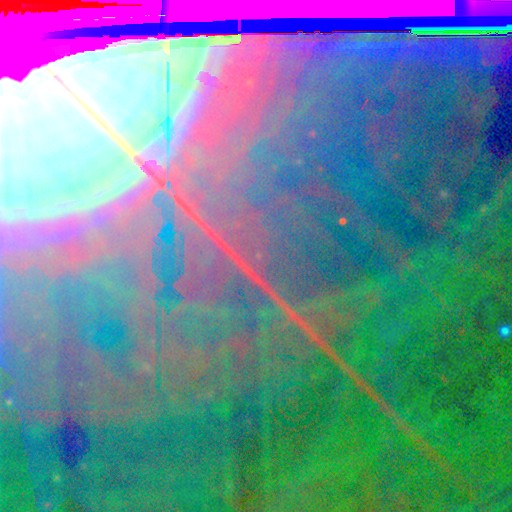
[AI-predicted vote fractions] Smooth or featured: star or artifact — 83% (featured or disk — 10%)